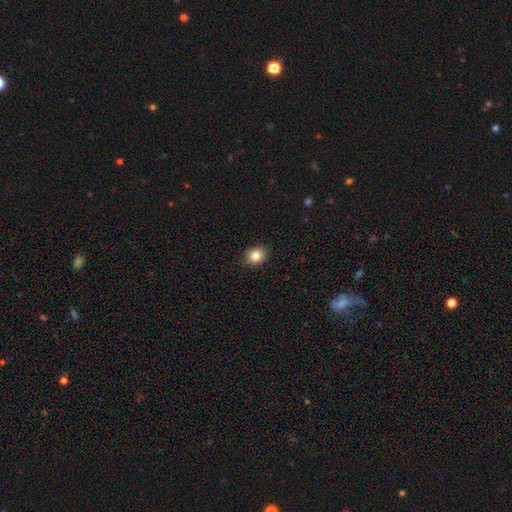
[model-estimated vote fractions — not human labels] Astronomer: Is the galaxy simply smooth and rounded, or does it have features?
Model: smooth — 84%.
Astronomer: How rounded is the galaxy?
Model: round — 64%.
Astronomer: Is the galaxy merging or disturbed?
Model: none — 88%.